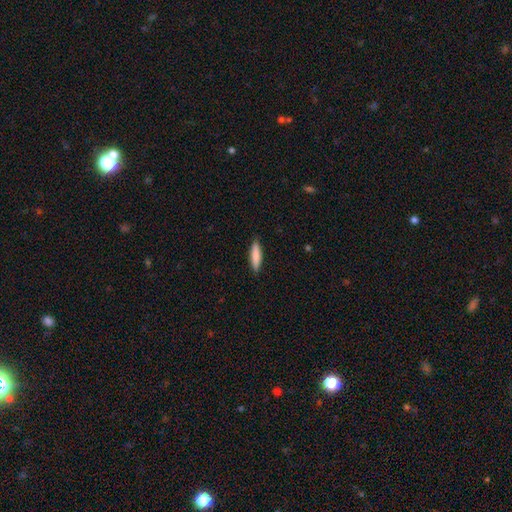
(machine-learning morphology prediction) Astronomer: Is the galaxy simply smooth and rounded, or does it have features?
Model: smooth — 83%.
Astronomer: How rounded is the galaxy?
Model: cigar-shaped — 74%.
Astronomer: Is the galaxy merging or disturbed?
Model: none — 88%.